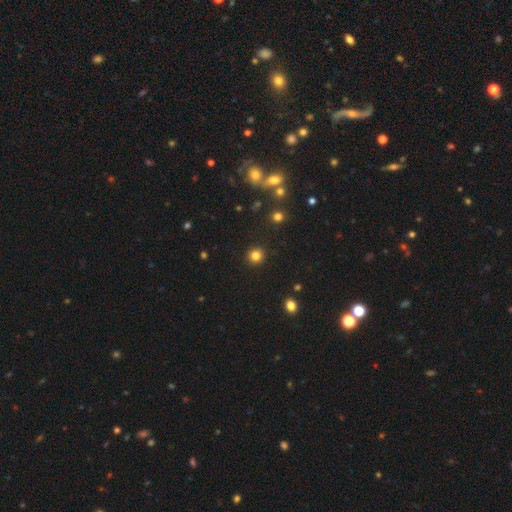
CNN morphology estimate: The model was most divided on "smooth or featured": smooth: 81%, star or artifact: 13%, featured or disk: 5%. More confident: how rounded — round (92%); merging — none (92%).